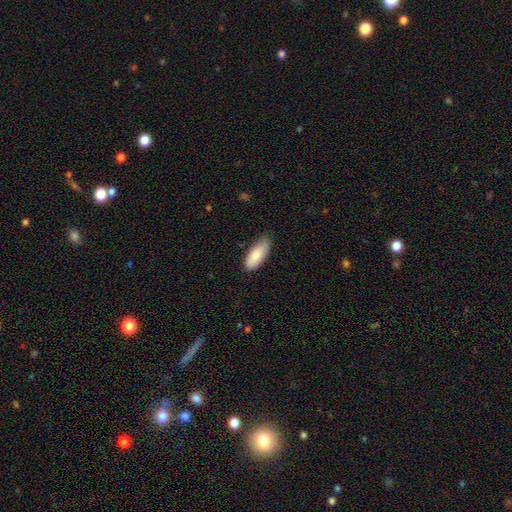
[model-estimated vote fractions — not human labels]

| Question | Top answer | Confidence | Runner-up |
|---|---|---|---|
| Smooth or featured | smooth | 82% | featured or disk (12%) |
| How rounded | in between | 84% | cigar-shaped (14%) |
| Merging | none | 68% | minor disturbance (27%) |